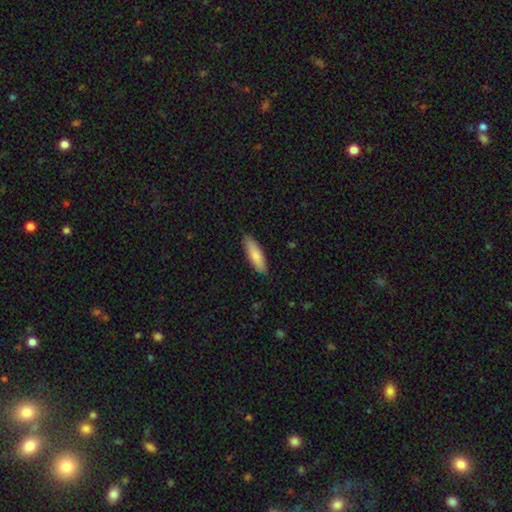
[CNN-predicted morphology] The model was most divided on "how rounded": cigar-shaped: 53%, in between: 45%, round: 2%. More confident: merging — none (87%); smooth or featured — smooth (81%).